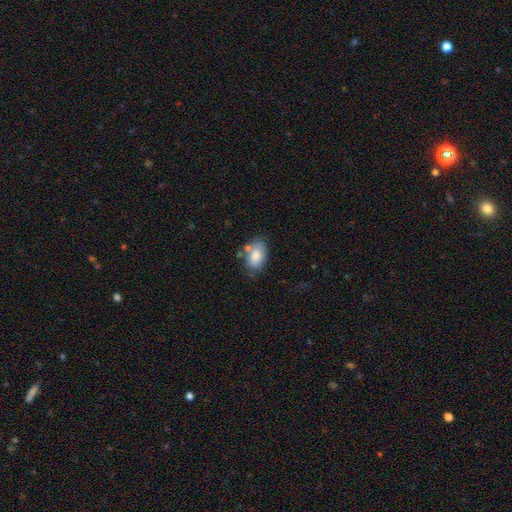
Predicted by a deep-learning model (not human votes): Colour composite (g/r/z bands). It shows a smooth galaxy with no disk features (79%) that is in between round and cigar-shaped (90%). Merging: none (60%).